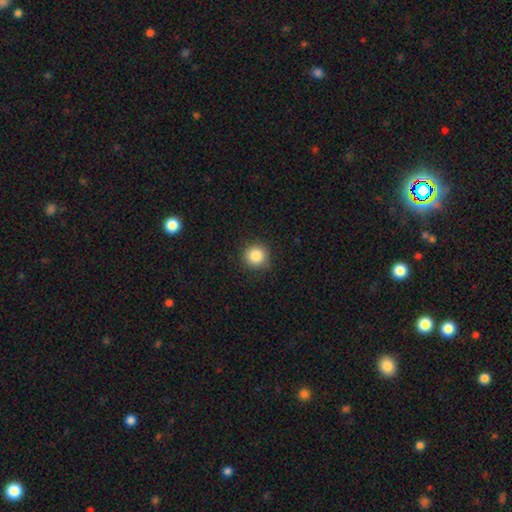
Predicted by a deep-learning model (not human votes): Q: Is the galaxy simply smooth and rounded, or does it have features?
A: smooth — 85%.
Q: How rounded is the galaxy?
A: round — 94%.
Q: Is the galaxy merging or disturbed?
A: none — 89%.